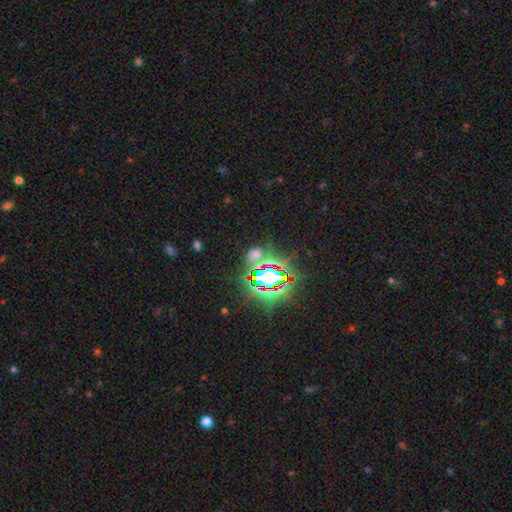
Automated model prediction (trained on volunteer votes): Morphology: type=star or artifact (68%).